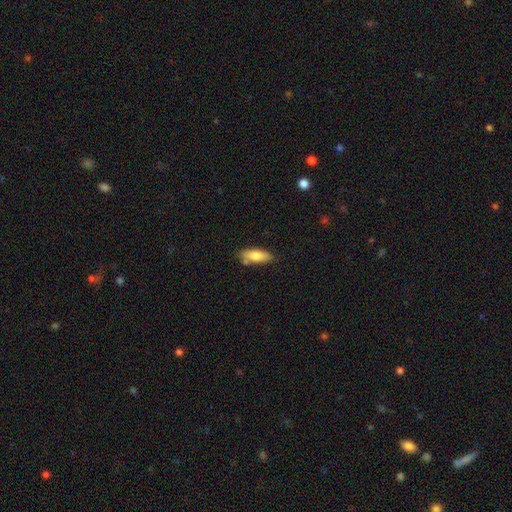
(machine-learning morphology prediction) Q: Smooth or featured?
A: smooth (77%); runner-up: featured or disk (16%)
Q: How rounded?
A: in between (66%); runner-up: cigar-shaped (31%)
Q: Merging?
A: none (71%); runner-up: minor disturbance (18%)